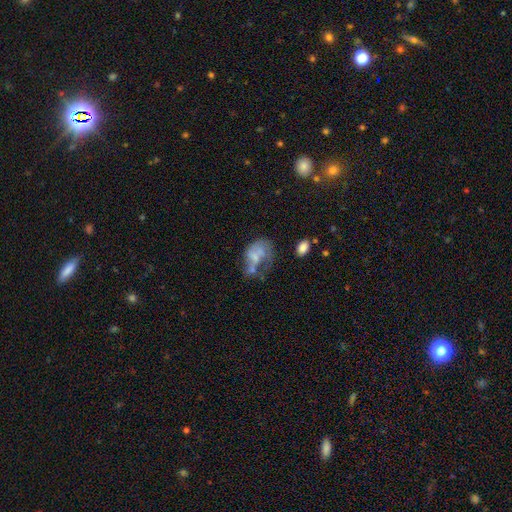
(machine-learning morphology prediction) Smooth or featured? smooth (46%)
Merging? major disturbance (39%)